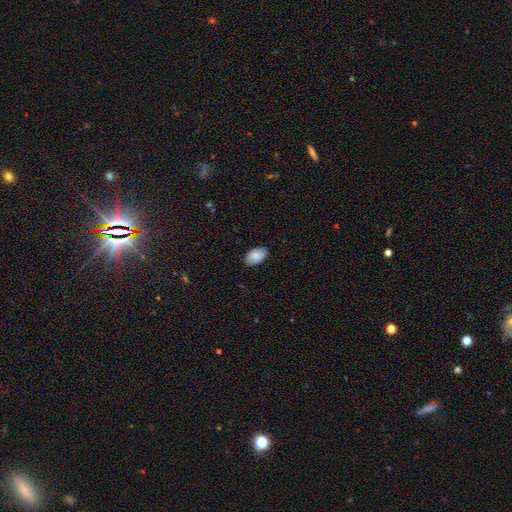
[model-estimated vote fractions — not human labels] smooth_or_featured: smooth (p=0.81) [alt: featured or disk p=0.12]
how_rounded: in between (p=0.92) [alt: round p=0.06]
merging: none (p=0.83) [alt: minor disturbance p=0.13]